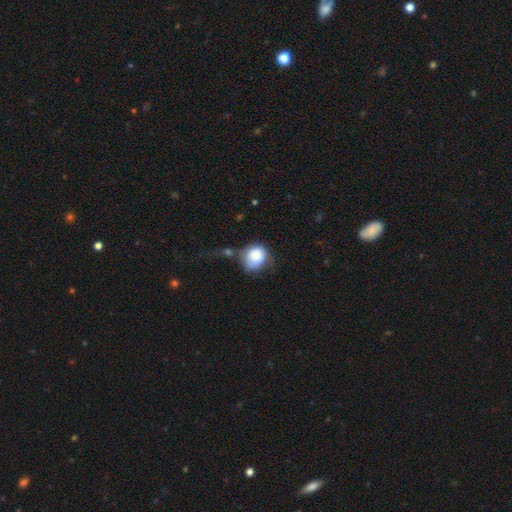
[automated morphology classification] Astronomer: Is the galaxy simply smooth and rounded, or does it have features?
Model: smooth — 82%.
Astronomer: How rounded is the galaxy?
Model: round — 69%.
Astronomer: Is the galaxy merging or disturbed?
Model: none — 36% (runner-up: minor disturbance, 32%).